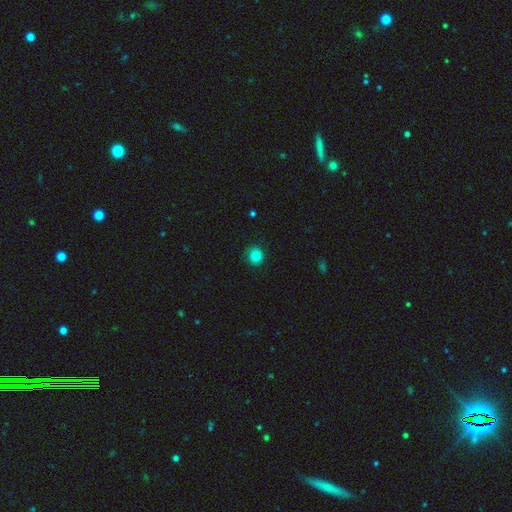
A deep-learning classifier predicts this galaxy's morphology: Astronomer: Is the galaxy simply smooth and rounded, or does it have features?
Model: smooth — 83%.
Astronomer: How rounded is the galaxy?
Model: round — 92%.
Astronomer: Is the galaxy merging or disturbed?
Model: none — 90%.